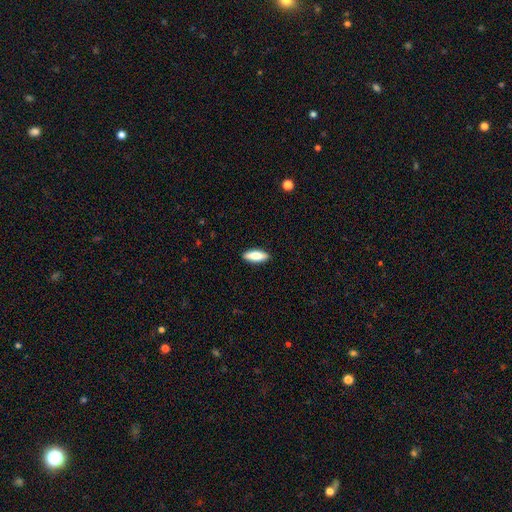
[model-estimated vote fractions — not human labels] Smooth or featured?
  - smooth: 79% *
  - featured or disk: 15%
  - star or artifact: 6%
How rounded?
  - in between: 66% *
  - cigar-shaped: 32%
  - round: 2%
Merging?
  - none: 90% *
  - minor disturbance: 8%
  - major disturbance: 2%
  - merger: 1%